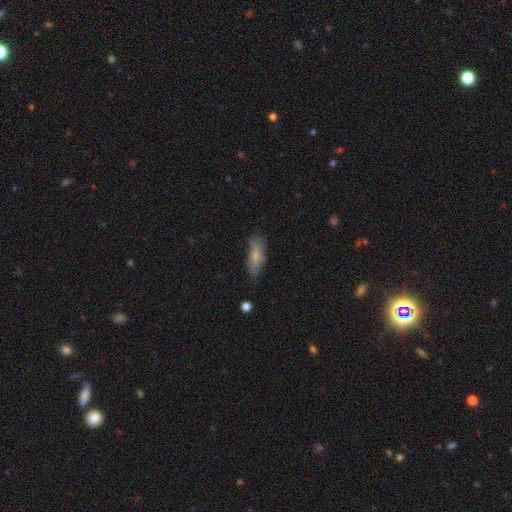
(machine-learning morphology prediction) This is likely a smooth galaxy (71%). How rounded: likely in between (63%). Merging: likely none (62%).